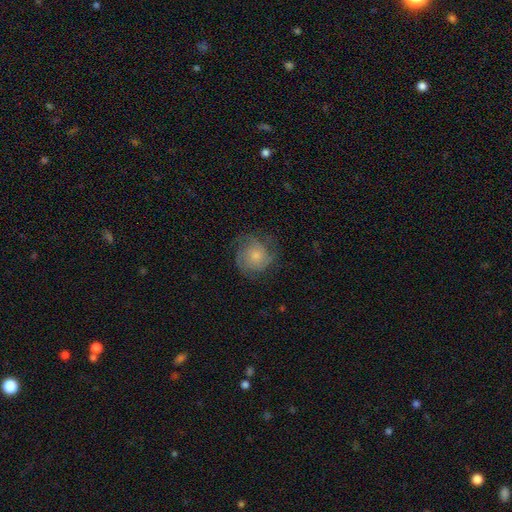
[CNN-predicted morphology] A featured or disk galaxy (54%) with no bar (82%), spiral arms (86%) and a small central bulge (47%).

Vote fractions:
- Smooth or featured? featured or disk: 54% / smooth: 38% / star or artifact: 8%
- Edge-on disk? no: 97% / yes: 3%
- Bar? no: 82% / weak: 16% / strong: 2%
- Spiral arms? yes: 86% / no: 14%
- Bulge size? small: 47% / moderate: 40% / none: 6% / large: 5% / dominant: 2%
- Merging? none: 65% / minor disturbance: 22% / major disturbance: 12% / merger: 1%